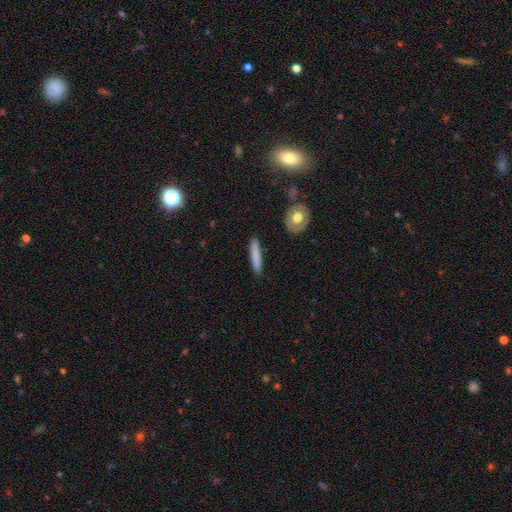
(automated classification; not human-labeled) Smooth or featured? Predicted: smooth (p=0.77). How rounded? Predicted: cigar-shaped (p=0.91). Merging? Predicted: none (p=0.89).